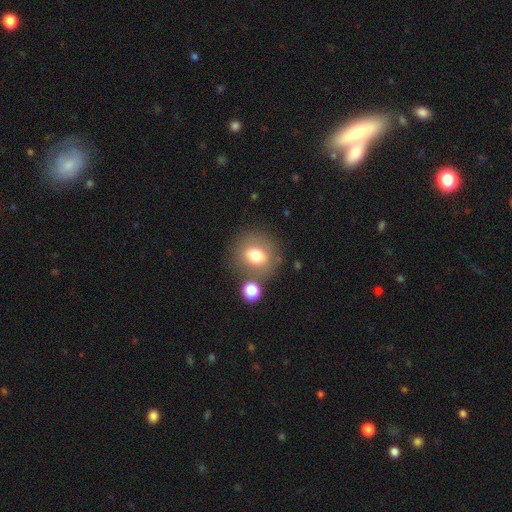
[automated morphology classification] A smooth galaxy with no disk features (71%) that is round (72%). Merging: none (74%).